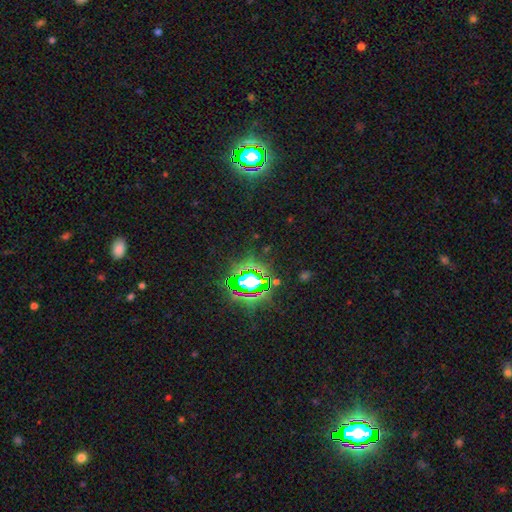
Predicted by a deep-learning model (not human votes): Morphology: type=star or artifact (82%).